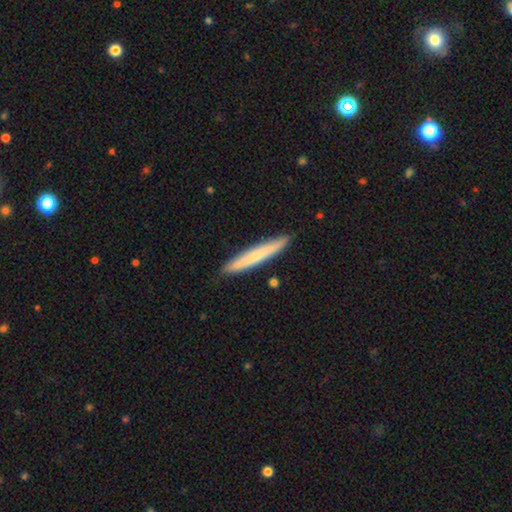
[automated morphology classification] smooth-or-featured: smooth: 63% | featured or disk: 31% | star or artifact: 5%
  how-rounded: cigar-shaped: 96% | in between: 3% | round: 1%
  merging: none: 90% | minor disturbance: 8% | merger: 1% | major disturbance: 1%